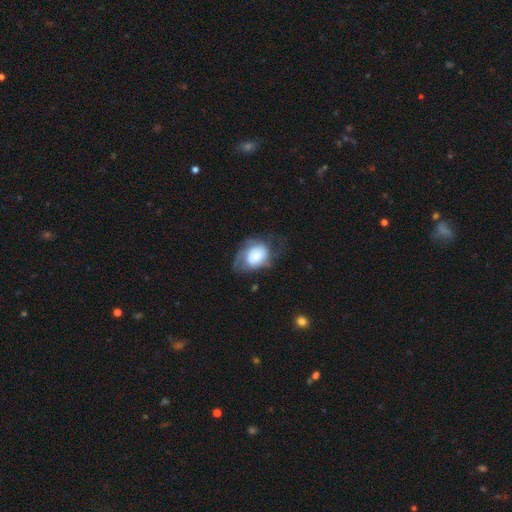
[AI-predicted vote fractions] A smooth galaxy with no disk features (55%) that is in between round and cigar-shaped (66%).

Vote fractions:
- Smooth or featured? smooth: 55% / featured or disk: 37% / star or artifact: 8%
- How rounded? in between: 66% / round: 32% / cigar-shaped: 1%
- Merging? none: 37% / major disturbance: 31% / minor disturbance: 30% / merger: 2%